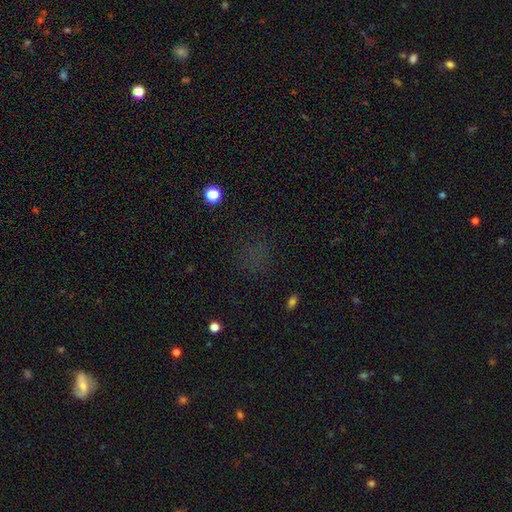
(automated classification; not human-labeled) Smooth or featured? smooth (46%)
Merging? none (76%)